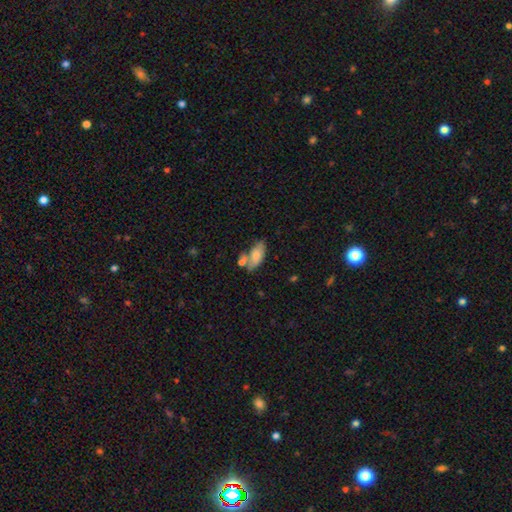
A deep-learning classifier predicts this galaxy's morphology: Smooth or featured: smooth — 74% (featured or disk — 18%)
How rounded: in between — 90% (cigar-shaped — 7%)
Merging: none — 41% (merger — 28%)